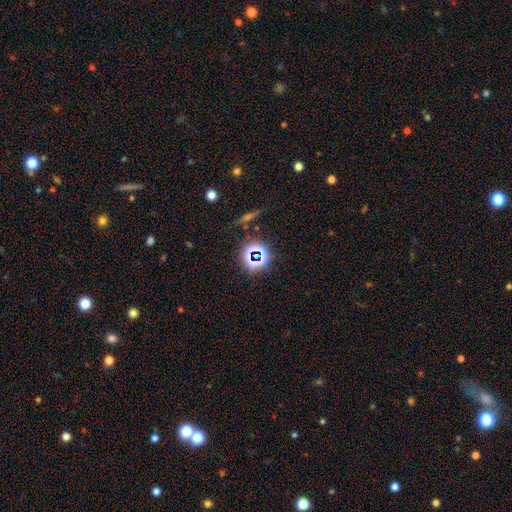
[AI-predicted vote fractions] Morphology: type=star or artifact (64%).